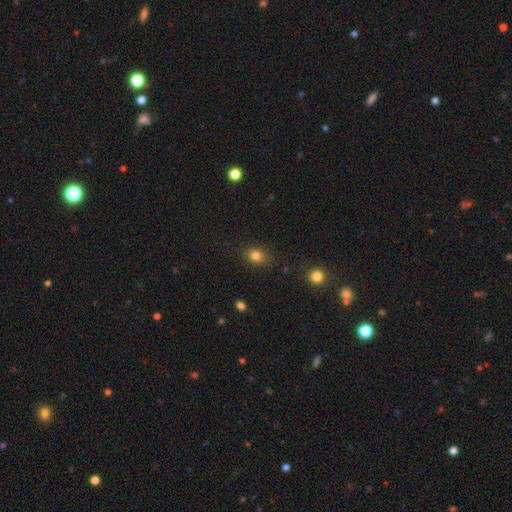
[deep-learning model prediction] smooth-or-featured: smooth: 80% | star or artifact: 13% | featured or disk: 7%
  how-rounded: round: 50% | in between: 49% | cigar-shaped: 1%
  merging: none: 83% | minor disturbance: 12% | major disturbance: 3% | merger: 2%